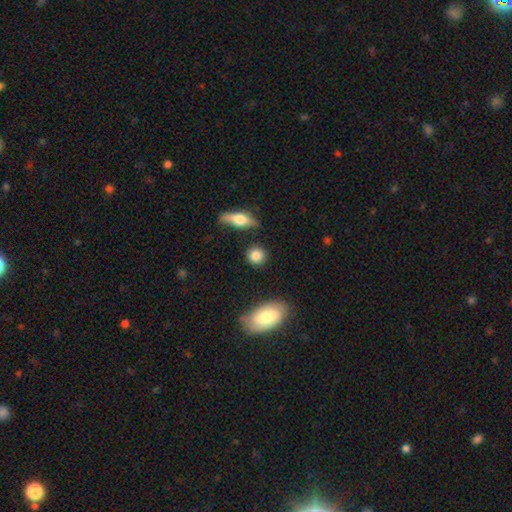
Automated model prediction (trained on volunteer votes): Smooth or featured: smooth — 83% (featured or disk — 9%)
How rounded: round — 84% (in between — 14%)
Merging: none — 83% (minor disturbance — 10%)